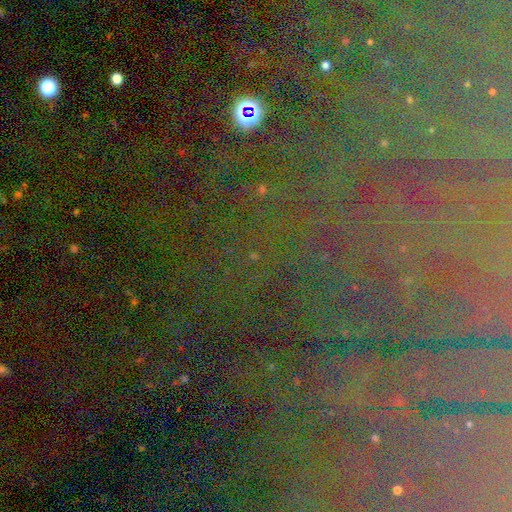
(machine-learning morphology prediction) This appears to be a star or artifact, not a galaxy (73%).